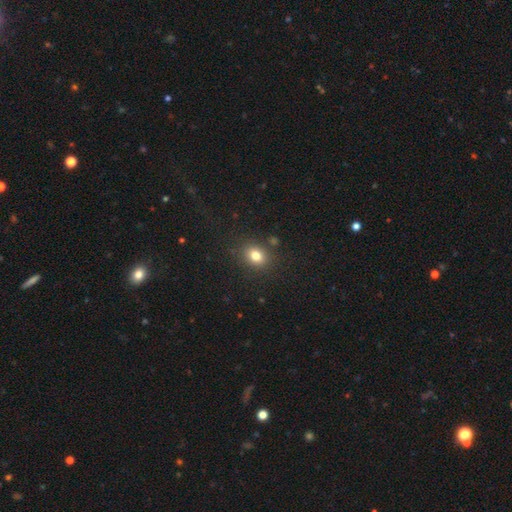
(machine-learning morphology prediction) type=smooth (80%); roundness=round (57%); merging=none (83%).